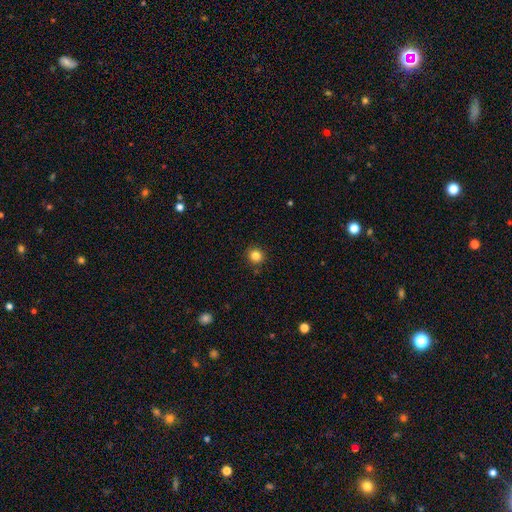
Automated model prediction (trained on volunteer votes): smooth_or_featured: smooth (p=0.83) [alt: star or artifact p=0.12]
how_rounded: round (p=0.93) [alt: in between p=0.06]
merging: none (p=0.91) [alt: minor disturbance p=0.06]